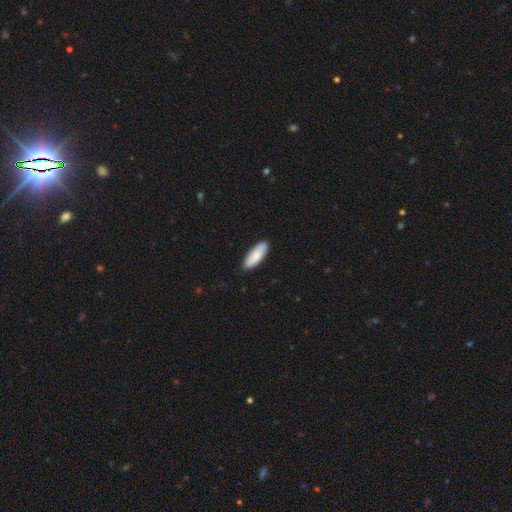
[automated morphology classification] A smooth galaxy with no disk features (83%) that is in between round and cigar-shaped (66%). Merging: none (88%).